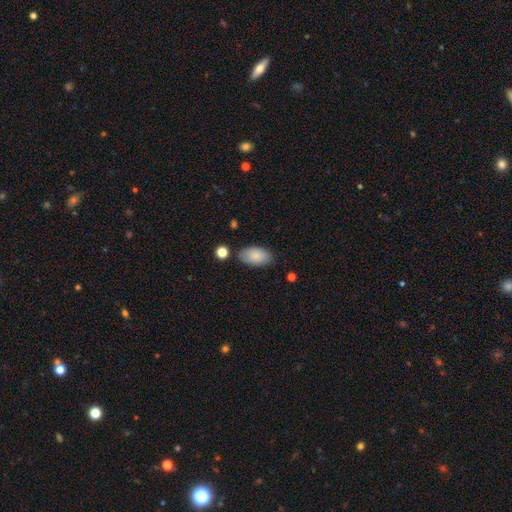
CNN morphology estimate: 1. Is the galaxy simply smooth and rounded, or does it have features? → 87% smooth, 7% featured or disk, 6% star or artifact.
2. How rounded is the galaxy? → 95% in between, 3% round, 2% cigar-shaped.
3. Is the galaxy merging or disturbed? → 81% none, 13% minor disturbance, 3% major disturbance, 3% merger.